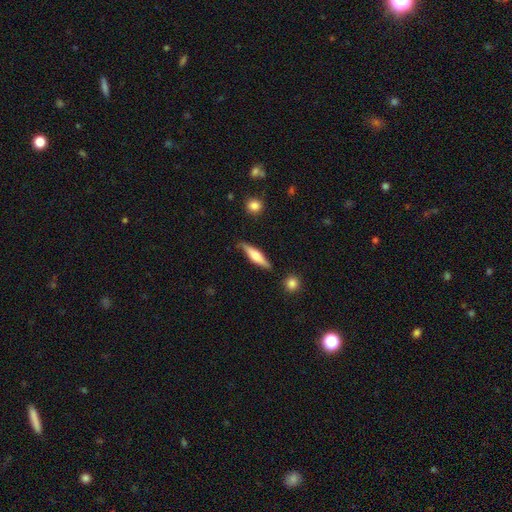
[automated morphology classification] A smooth galaxy with no disk features (51%) that is cigar-shaped (73%).

Vote fractions:
- Smooth or featured? smooth: 51% / featured or disk: 44% / star or artifact: 6%
- How rounded? cigar-shaped: 73% / in between: 25% / round: 2%
- Merging? none: 77% / minor disturbance: 17% / major disturbance: 3% / merger: 2%